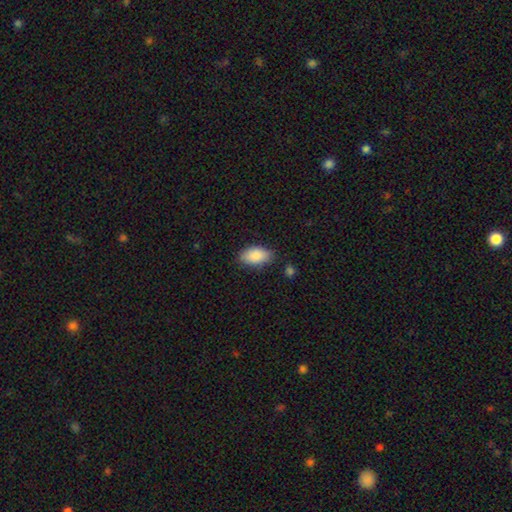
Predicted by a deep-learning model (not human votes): Smooth or featured? smooth (87%)
How rounded? in between (93%)
Merging? none (78%)